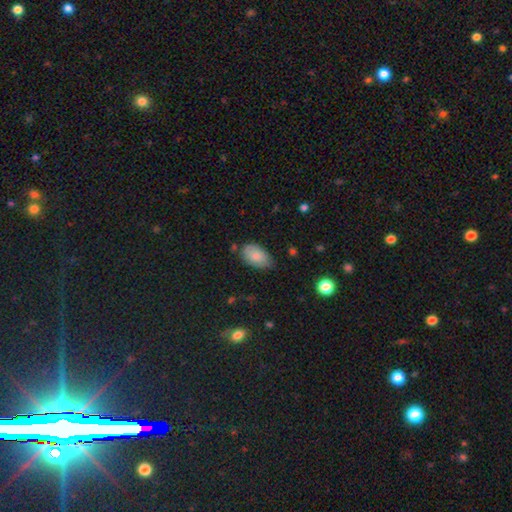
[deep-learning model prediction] A smooth galaxy with no disk features (83%) that is in between round and cigar-shaped (93%). Merging: none (66%).